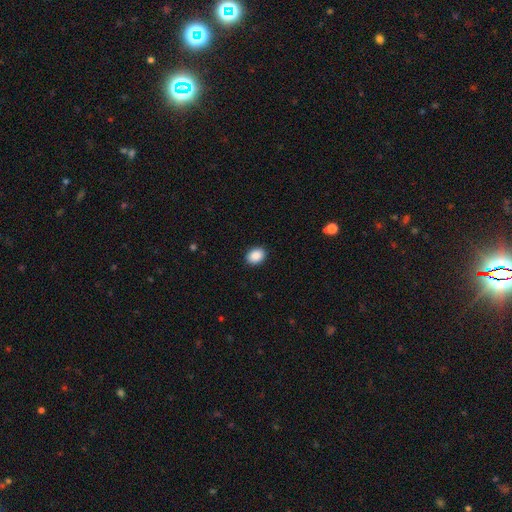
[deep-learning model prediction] Smooth or featured?
  - smooth: 89% *
  - star or artifact: 8%
  - featured or disk: 3%
How rounded?
  - in between: 60% *
  - round: 39%
  - cigar-shaped: 1%
Merging?
  - none: 91% *
  - minor disturbance: 7%
  - major disturbance: 2%
  - merger: 1%